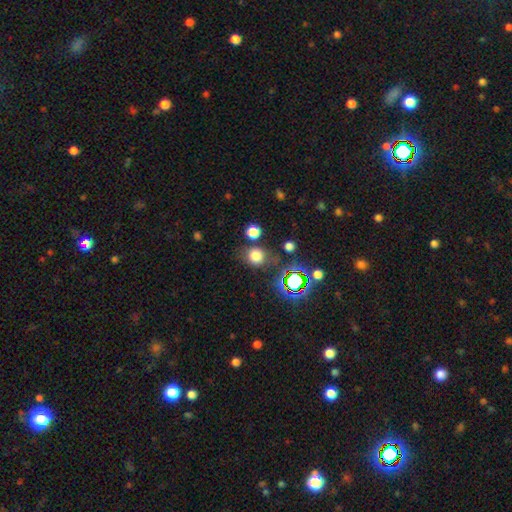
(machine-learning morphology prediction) smooth-or-featured: smooth: 73% | star or artifact: 19% | featured or disk: 7%
  how-rounded: round: 77% | in between: 22% | cigar-shaped: 1%
  merging: none: 71% | minor disturbance: 15% | merger: 7% | major disturbance: 7%